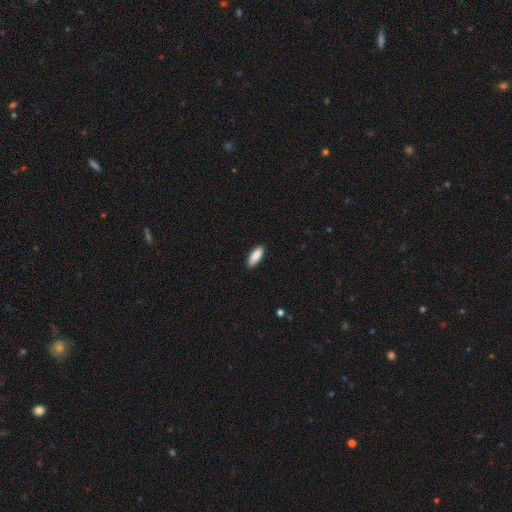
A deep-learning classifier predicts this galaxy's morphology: Overall: smooth (89%). How rounded: in between (74%). Merging: none (89%).